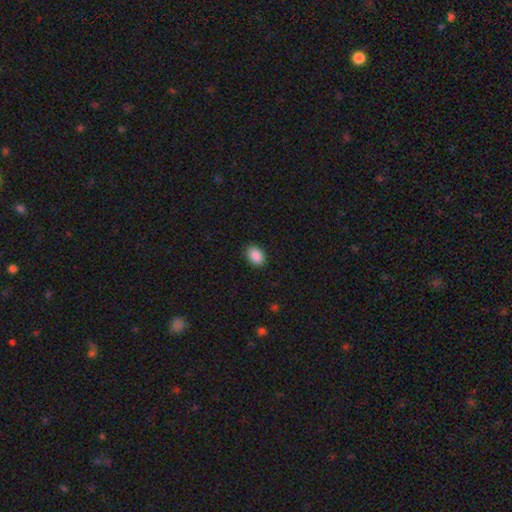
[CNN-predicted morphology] Smooth or featured?
  - smooth: 89% *
  - star or artifact: 8%
  - featured or disk: 3%
How rounded?
  - in between: 82% *
  - round: 17%
  - cigar-shaped: 1%
Merging?
  - none: 88% *
  - minor disturbance: 9%
  - major disturbance: 2%
  - merger: 1%